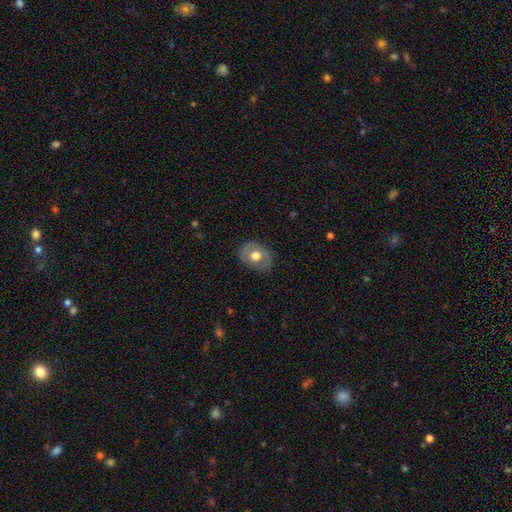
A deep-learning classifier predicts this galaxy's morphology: smooth 53%, featured or disk 40%, star or artifact 7%. Down the decision tree: how rounded — round (50%); merging — none (81%).